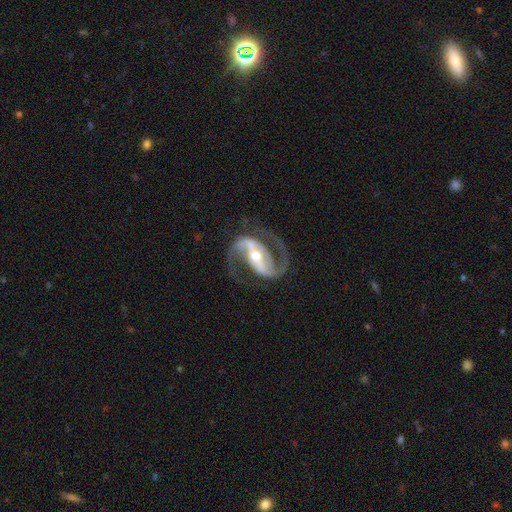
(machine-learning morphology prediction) smooth_or_featured: featured or disk (p=0.93) [alt: star or artifact p=0.04]
disk_edge_on: no (p=0.97) [alt: yes p=0.03]
bar: strong (p=0.65) [alt: weak p=0.25]
has_spiral_arms: yes (p=0.98) [alt: no p=0.02]
spiral_winding: medium (p=0.60) [alt: loose p=0.25]
spiral_arm_count: 2 (p=0.94) [alt: 1 p=0.02]
bulge_size: moderate (p=0.65) [alt: small p=0.25]
merging: none (p=0.77) [alt: minor disturbance p=0.12]